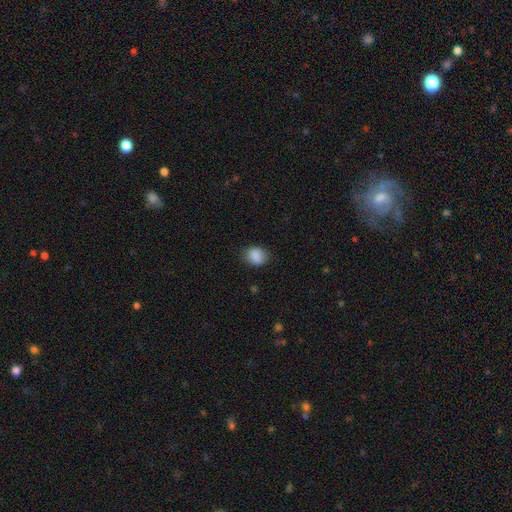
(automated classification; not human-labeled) A smooth galaxy with no disk features (85%) that is in between round and cigar-shaped (58%).

Vote fractions:
- Smooth or featured? smooth: 85% / star or artifact: 8% / featured or disk: 6%
- How rounded? in between: 58% / round: 40% / cigar-shaped: 1%
- Merging? none: 77% / minor disturbance: 18% / major disturbance: 4% / merger: 1%